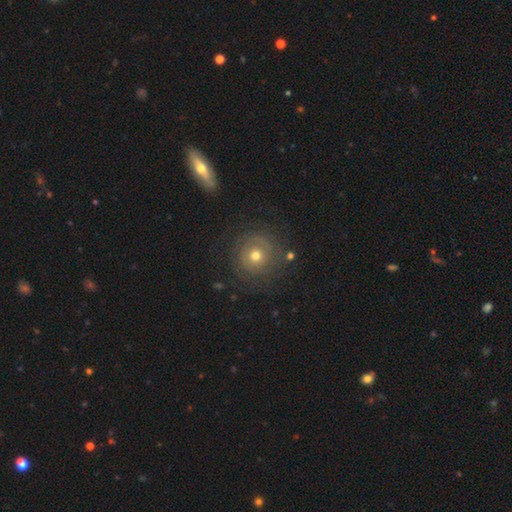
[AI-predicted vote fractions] A featured or disk galaxy (57%) with no bar (87%), spiral arms (73%) and a moderate central bulge (69%).

Vote fractions:
- Smooth or featured? featured or disk: 57% / smooth: 31% / star or artifact: 11%
- Edge-on disk? no: 97% / yes: 3%
- Bar? no: 87% / weak: 10% / strong: 3%
- Spiral arms? yes: 73% / no: 27%
- Bulge size? moderate: 69% / small: 24% / large: 5% / dominant: 1% / none: 1%
- Merging? none: 77% / minor disturbance: 13% / major disturbance: 8% / merger: 2%